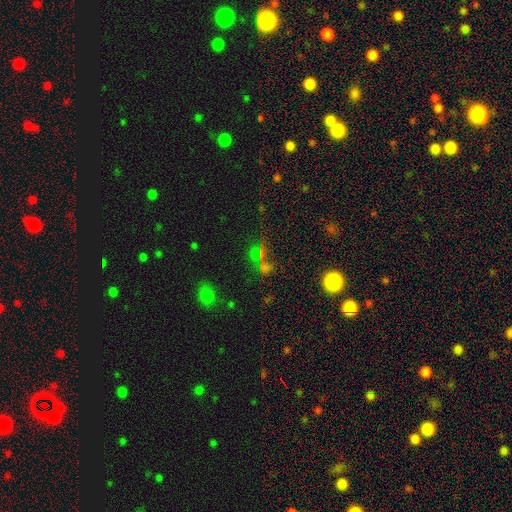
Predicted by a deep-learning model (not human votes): Smooth or featured?
  - star or artifact: 55% *
  - smooth: 35%
  - featured or disk: 10%